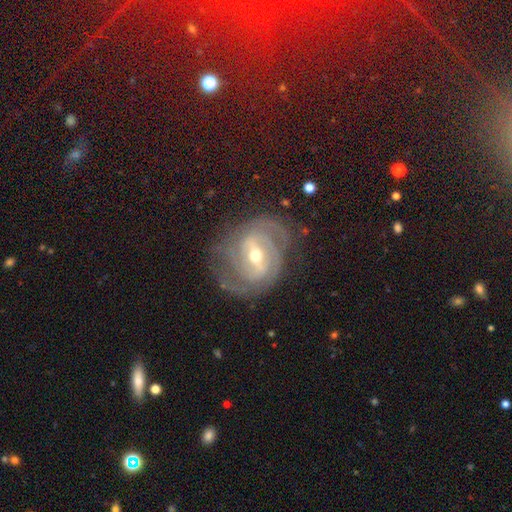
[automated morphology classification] Q: Smooth or featured?
A: featured or disk (89%); runner-up: smooth (6%)
Q: Edge-on disk?
A: no (96%); runner-up: yes (4%)
Q: Bar?
A: strong (45%); runner-up: weak (42%)
Q: Spiral arms?
A: yes (95%); runner-up: no (5%)
Q: Spiral winding?
A: tight (56%); runner-up: medium (35%)
Q: Spiral arm count?
A: 2 (40%); runner-up: 3 (22%)
Q: Bulge size?
A: moderate (57%); runner-up: small (39%)
Q: Merging?
A: none (70%); runner-up: minor disturbance (19%)